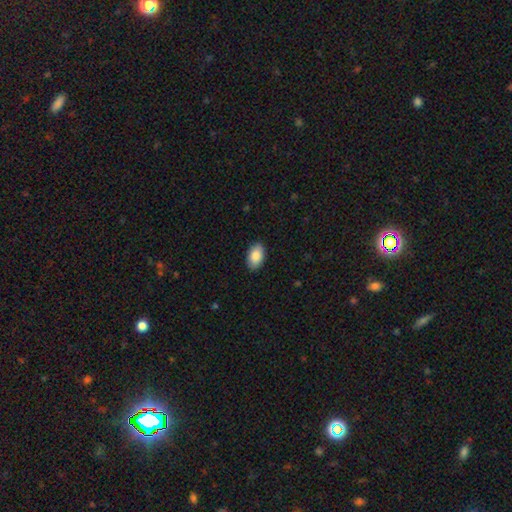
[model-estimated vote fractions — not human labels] Morphology: type=smooth (87%); roundness=in between (94%); merging=none (89%).